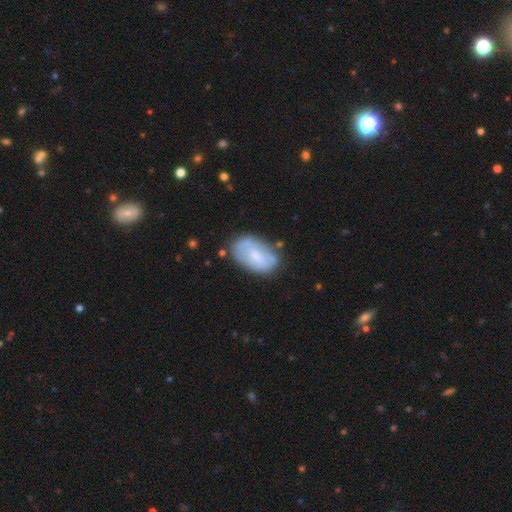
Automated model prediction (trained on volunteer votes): Morphology: type=smooth (51%); roundness=in between (92%); merging=none (65%).